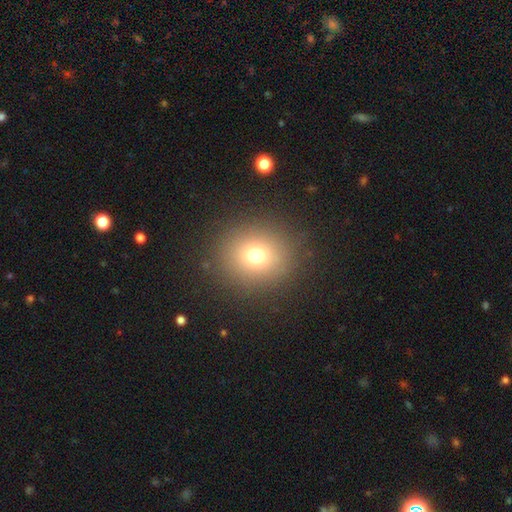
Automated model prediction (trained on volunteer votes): Smooth or featured? Predicted: smooth (p=0.73). How rounded? Predicted: round (p=0.86). Merging? Predicted: none (p=0.88).